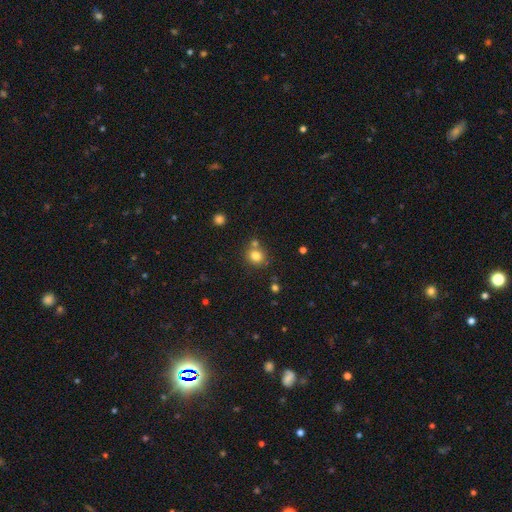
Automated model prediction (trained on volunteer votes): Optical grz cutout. It shows a smooth galaxy with no disk features (81%) that is round (76%). Merging: none (67%).